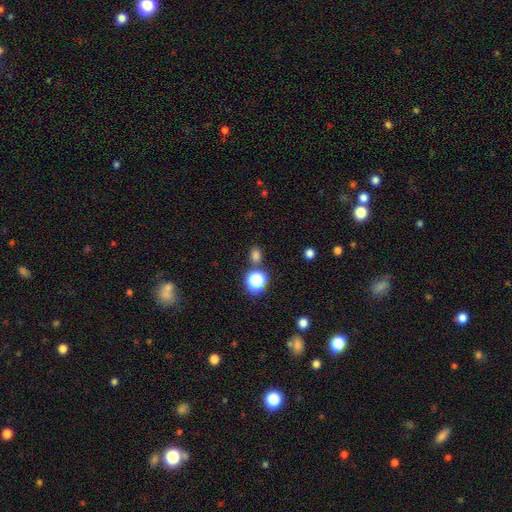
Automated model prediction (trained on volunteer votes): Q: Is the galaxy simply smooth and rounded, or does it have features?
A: smooth — 73%.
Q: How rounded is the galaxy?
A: round — 51%.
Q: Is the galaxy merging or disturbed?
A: none — 78%.